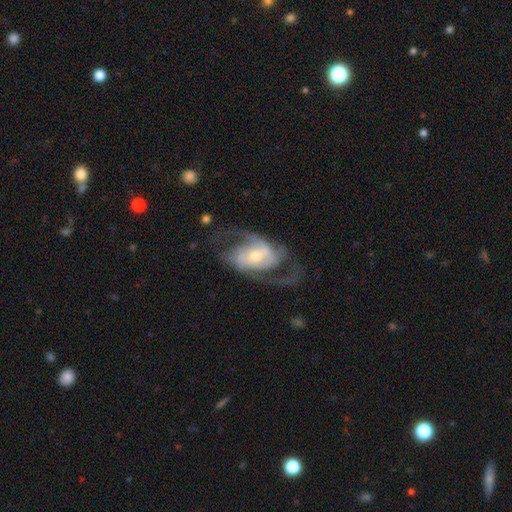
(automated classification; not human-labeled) A featured or disk galaxy (87%) with a weak bar (40%), 2 (71%) medium (51%) spiral arms (95%) and a moderate central bulge (49%). Merging: none (59%).